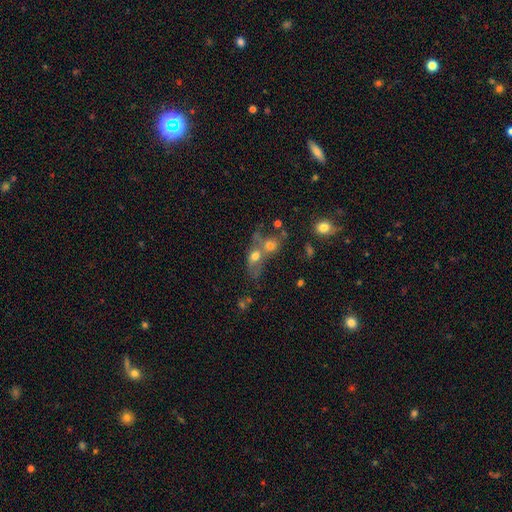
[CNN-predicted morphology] A smooth galaxy with no disk features (62%) that is in between round and cigar-shaped (54%). Merging: merger (69%).